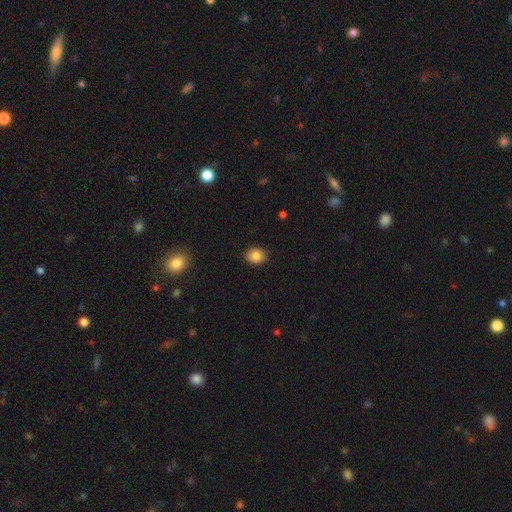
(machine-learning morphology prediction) smooth 84%, star or artifact 10%, featured or disk 6%. Down the decision tree: how rounded — in between (51%); merging — none (88%).